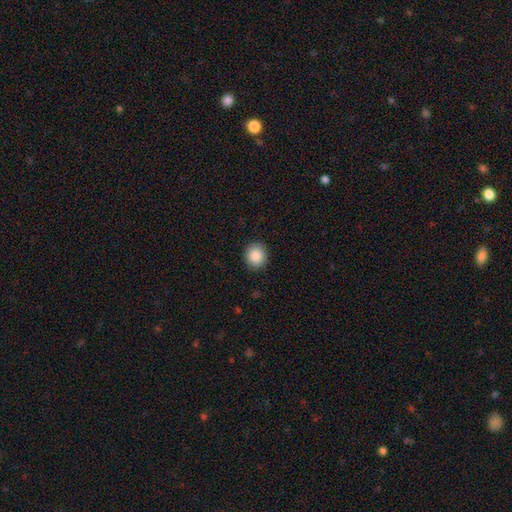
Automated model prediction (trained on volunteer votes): Smooth or featured? smooth (88%)
How rounded? round (86%)
Merging? none (91%)